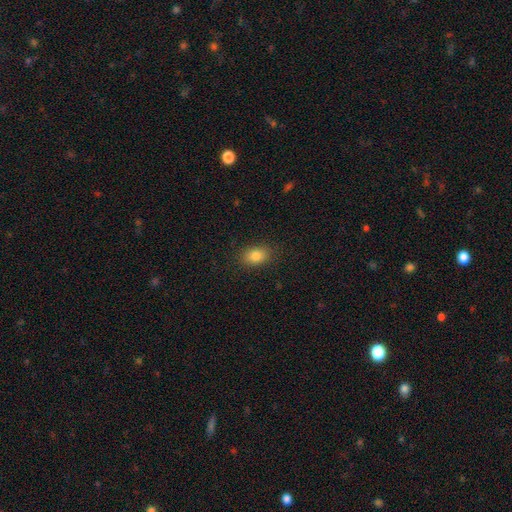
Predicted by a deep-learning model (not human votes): Morphology: type=smooth (83%); roundness=in between (78%); merging=none (87%).